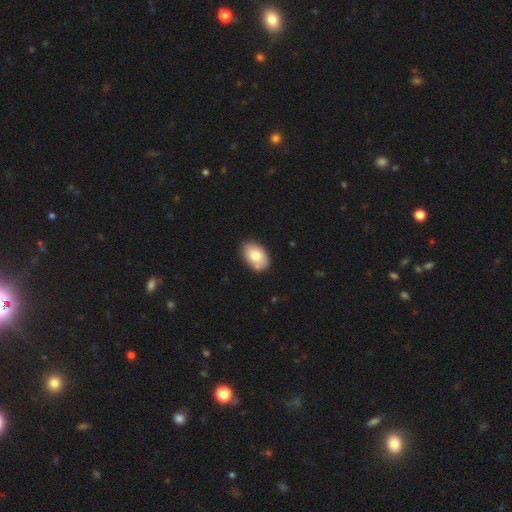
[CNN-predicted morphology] Smooth or featured? Predicted: smooth (p=0.77). How rounded? Predicted: in between (p=0.88). Merging? Predicted: none (p=0.81).